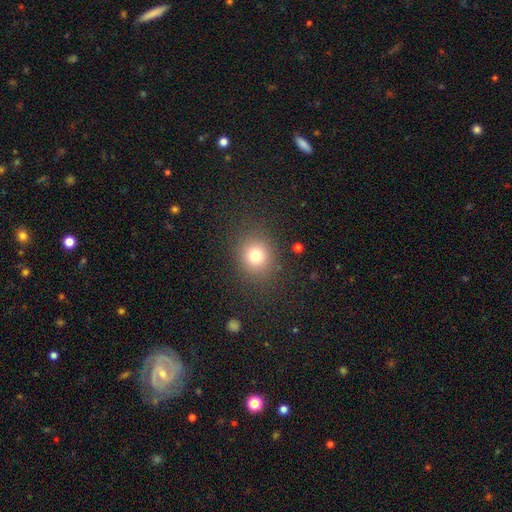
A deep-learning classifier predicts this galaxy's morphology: smooth 77%, star or artifact 14%, featured or disk 9%. Down the decision tree: how rounded — round (78%); merging — none (86%).